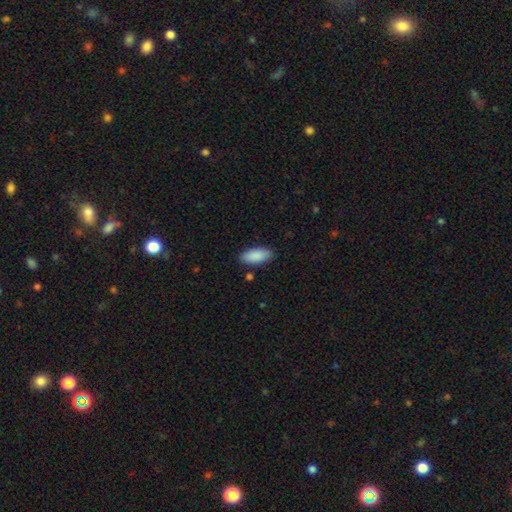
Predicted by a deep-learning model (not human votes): smooth-or-featured: smooth: 90% | star or artifact: 6% | featured or disk: 4%
  how-rounded: in between: 88% | cigar-shaped: 10% | round: 2%
  merging: none: 87% | minor disturbance: 10% | major disturbance: 2% | merger: 2%